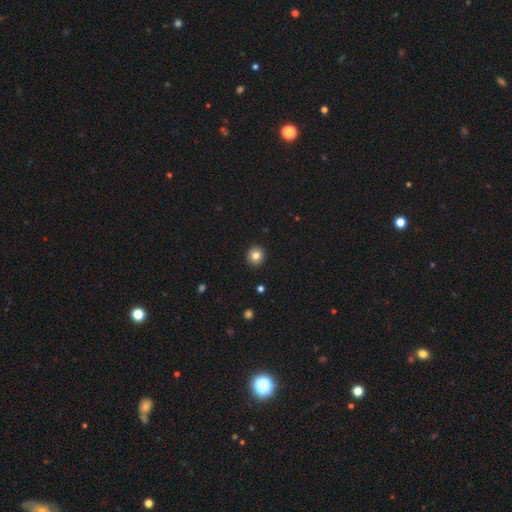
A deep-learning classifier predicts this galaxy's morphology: Overall: smooth (81%). How rounded: round (90%). Merging: none (93%).